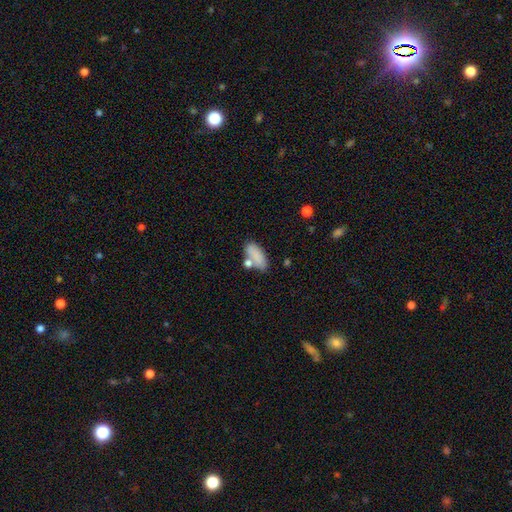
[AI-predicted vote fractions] smooth-or-featured: smooth: 82% | featured or disk: 10% | star or artifact: 8%
  how-rounded: in between: 82% | cigar-shaped: 14% | round: 4%
  merging: none: 58% | merger: 21% | minor disturbance: 16% | major disturbance: 6%